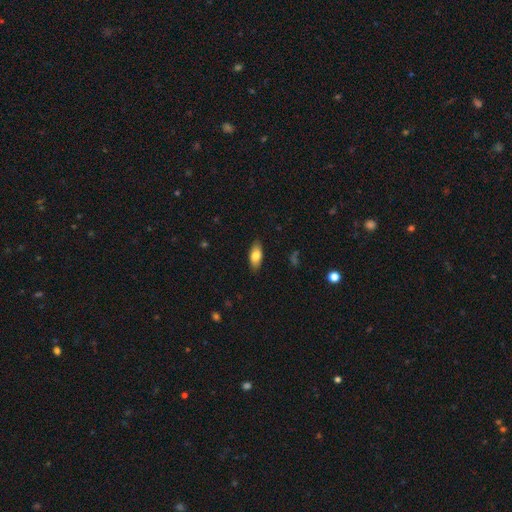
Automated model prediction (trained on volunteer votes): smooth-or-featured: smooth: 78% | featured or disk: 15% | star or artifact: 7%
  how-rounded: in between: 83% | cigar-shaped: 14% | round: 3%
  merging: none: 86% | minor disturbance: 11% | major disturbance: 2% | merger: 1%